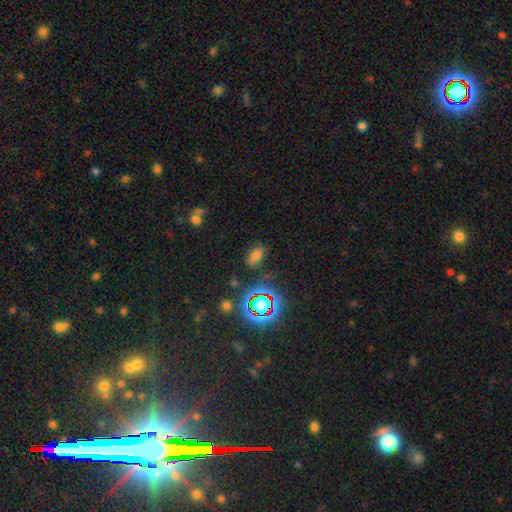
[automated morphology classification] smooth_or_featured: smooth (p=0.63) [alt: star or artifact p=0.27]
how_rounded: in between (p=0.87) [alt: round p=0.09]
merging: none (p=0.76) [alt: minor disturbance p=0.15]